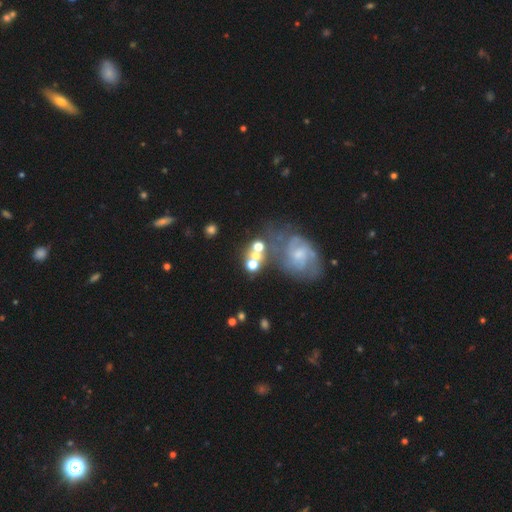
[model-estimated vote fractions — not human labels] smooth-or-featured: smooth: 47% | featured or disk: 31% | star or artifact: 22%
  merging: none: 44% | merger: 29% | minor disturbance: 14% | major disturbance: 13%